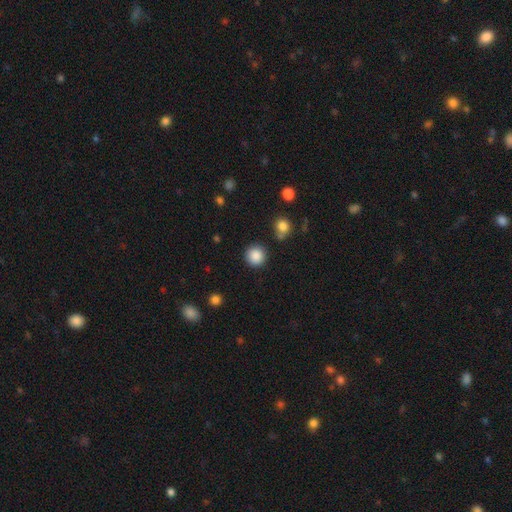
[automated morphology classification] Overall: smooth (87%). How rounded: round (94%). Merging: none (87%).